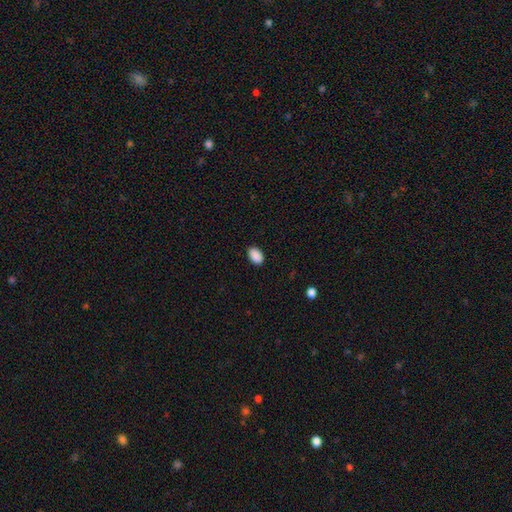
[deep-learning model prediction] The model was most divided on "merging": none: 88%, minor disturbance: 9%, major disturbance: 2%, merger: 1%. More confident: smooth or featured — smooth (90%); how rounded — in between (89%).